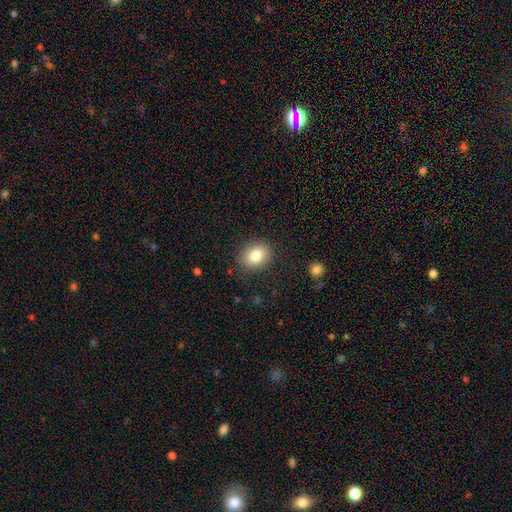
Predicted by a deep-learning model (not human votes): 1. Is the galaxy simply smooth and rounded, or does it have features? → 82% smooth, 9% featured or disk, 9% star or artifact.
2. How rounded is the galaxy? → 56% in between, 43% round, 1% cigar-shaped.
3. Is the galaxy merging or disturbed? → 85% none, 10% minor disturbance, 3% major disturbance, 1% merger.